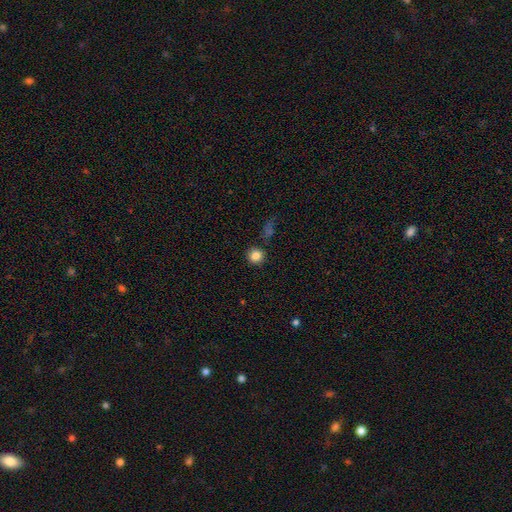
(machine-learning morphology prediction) smooth-or-featured: smooth: 84% | star or artifact: 11% | featured or disk: 5%
  how-rounded: round: 91% | in between: 8% | cigar-shaped: 1%
  merging: none: 85% | minor disturbance: 8% | merger: 4% | major disturbance: 3%